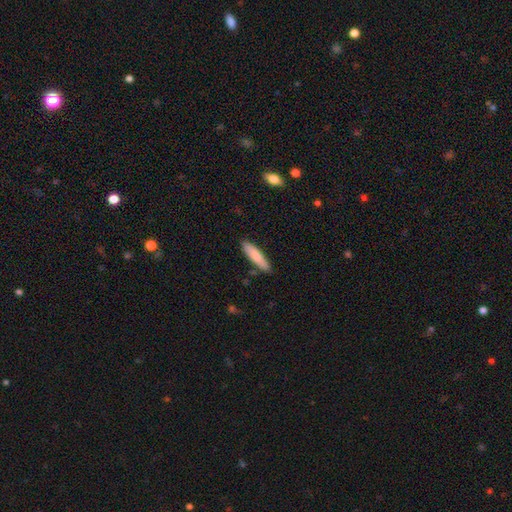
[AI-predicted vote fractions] Smooth or featured? Predicted: smooth (p=0.78). How rounded? Predicted: cigar-shaped (p=0.77). Merging? Predicted: none (p=0.86).